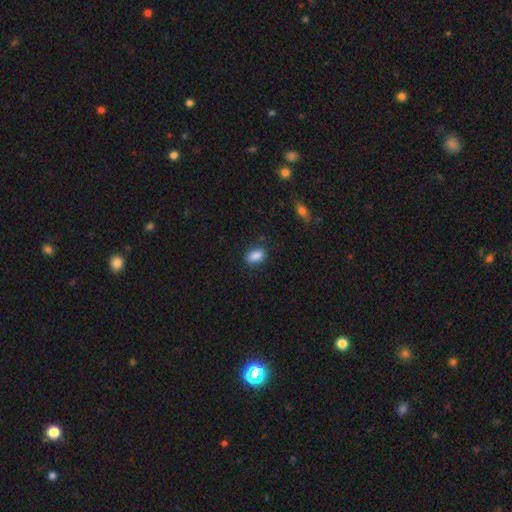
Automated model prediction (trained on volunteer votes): This appears to be a smooth galaxy with no disk features (88%) that is in between round and cigar-shaped (86%). Merging: none (83%).